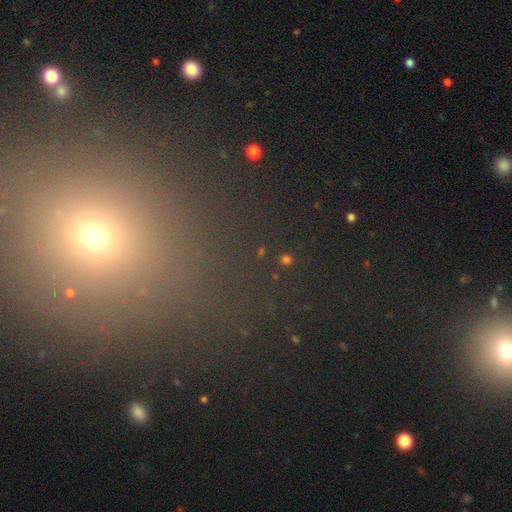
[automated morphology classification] This appears to be a star or artifact, not a galaxy (46%).